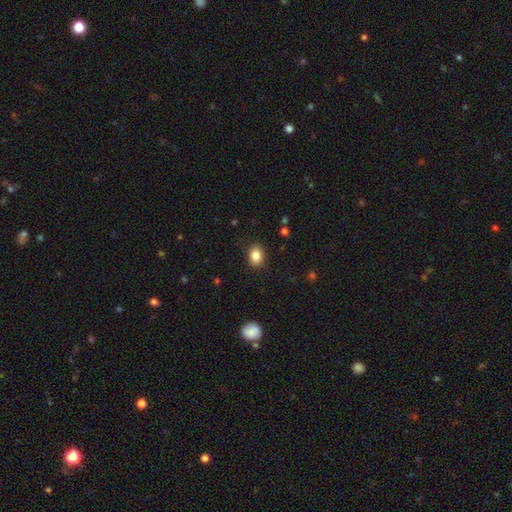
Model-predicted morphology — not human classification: This appears to be a smooth galaxy with no disk features (85%) that is in between round and cigar-shaped (58%). Merging: none (87%).